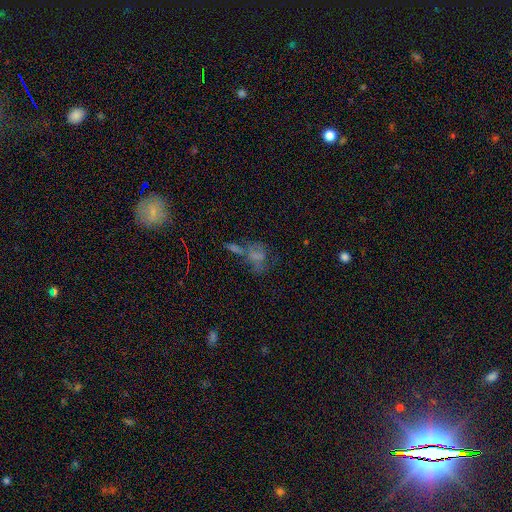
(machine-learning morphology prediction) Smooth or featured: smooth — 52% (featured or disk — 28%)
How rounded: in between — 67% (round — 29%)
Merging: merger — 33% (none — 28%)